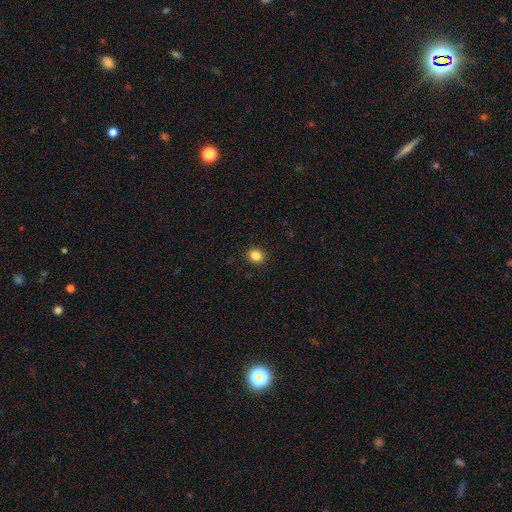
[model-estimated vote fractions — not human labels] A smooth galaxy with no disk features (85%) that is round (54%). Merging: none (90%).